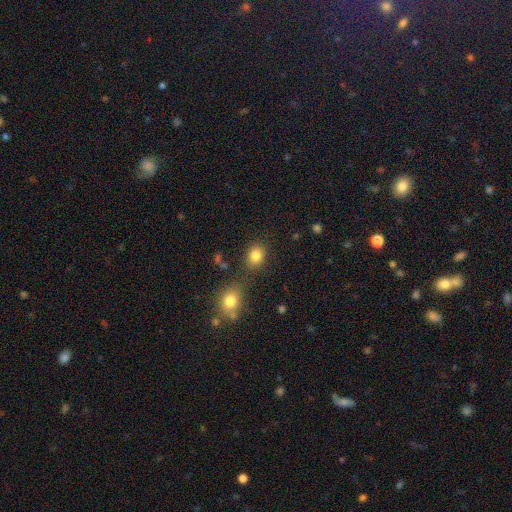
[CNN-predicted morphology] Overall: smooth (83%). How rounded: round (52%; in between 47%). Merging: none (76%).